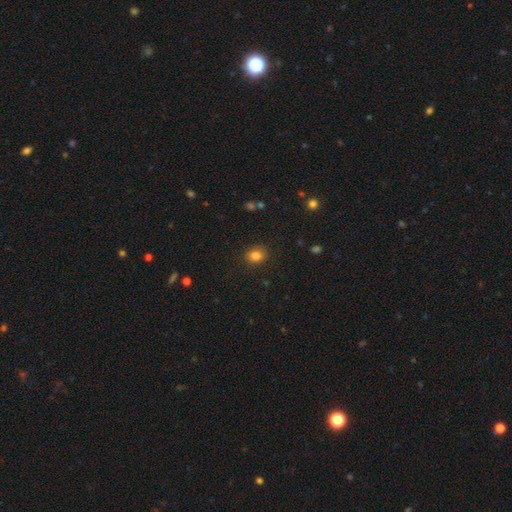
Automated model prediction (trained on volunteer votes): Overall: smooth (82%). How rounded: round (65%; in between 34%). Merging: none (88%).